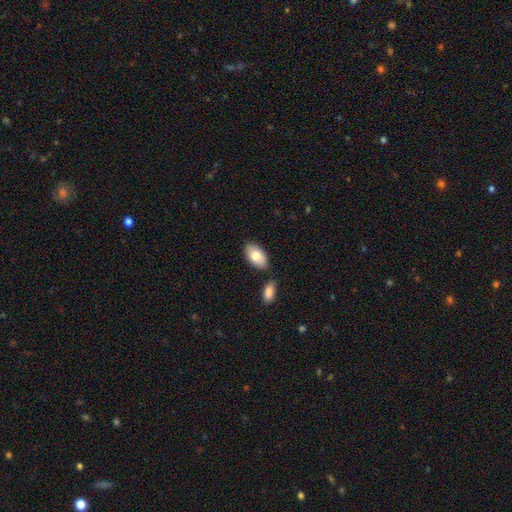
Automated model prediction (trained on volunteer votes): smooth-or-featured: smooth: 79% | featured or disk: 15% | star or artifact: 6%
  how-rounded: in between: 95% | round: 3% | cigar-shaped: 2%
  merging: none: 73% | minor disturbance: 12% | merger: 12% | major disturbance: 3%